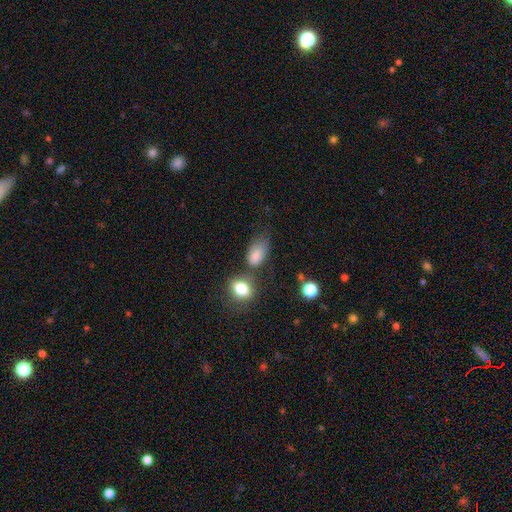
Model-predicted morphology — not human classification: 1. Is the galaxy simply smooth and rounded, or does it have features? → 77% smooth, 14% star or artifact, 10% featured or disk.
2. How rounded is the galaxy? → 82% in between, 15% round, 3% cigar-shaped.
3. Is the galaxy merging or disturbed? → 45% none, 27% minor disturbance, 15% merger, 13% major disturbance.